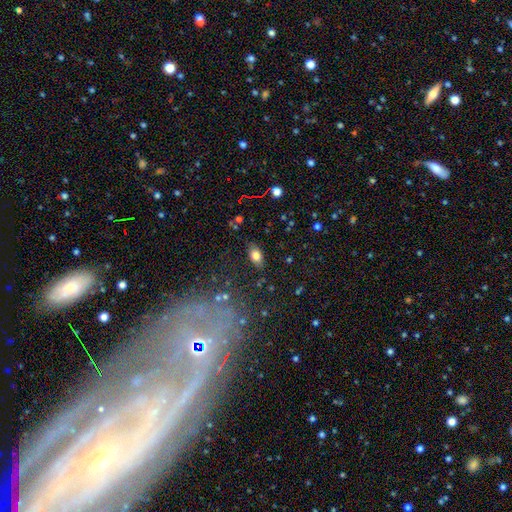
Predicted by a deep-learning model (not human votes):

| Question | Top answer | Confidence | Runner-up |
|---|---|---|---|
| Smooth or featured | smooth | 78% | featured or disk (12%) |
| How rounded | in between | 89% | round (8%) |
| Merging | none | 83% | minor disturbance (12%) |